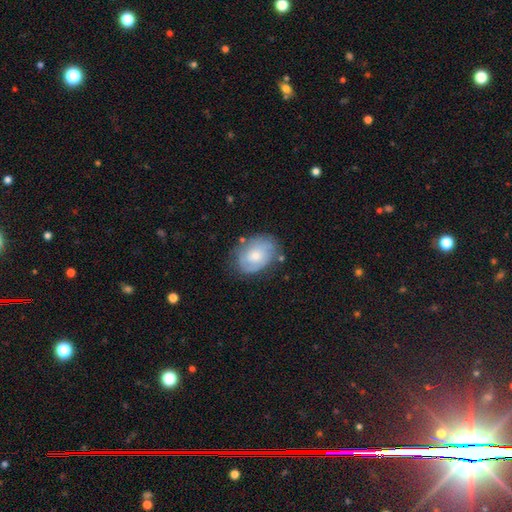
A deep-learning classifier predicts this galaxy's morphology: Overall: smooth (49%; featured or disk 44%). Merging: none (66%).